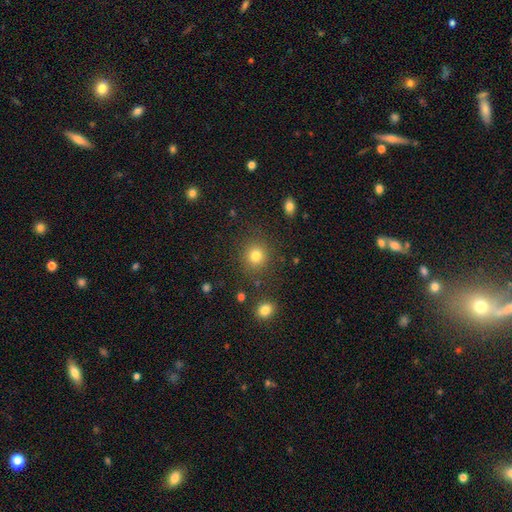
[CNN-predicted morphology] Smooth or featured: smooth — 81% (star or artifact — 13%)
How rounded: round — 89% (in between — 10%)
Merging: none — 86% (minor disturbance — 8%)